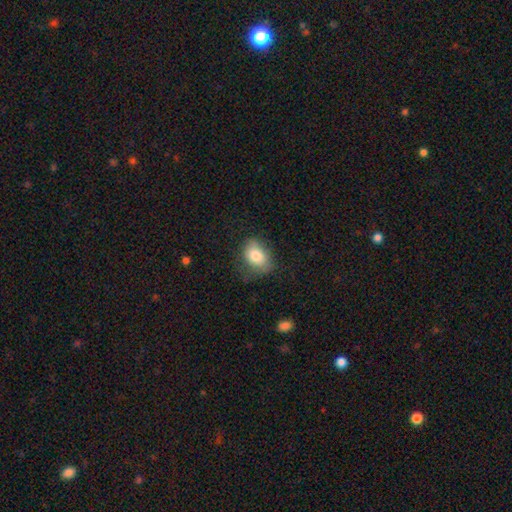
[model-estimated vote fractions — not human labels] Smooth or featured: smooth — 80% (featured or disk — 12%)
How rounded: in between — 69% (round — 29%)
Merging: none — 61% (minor disturbance — 28%)